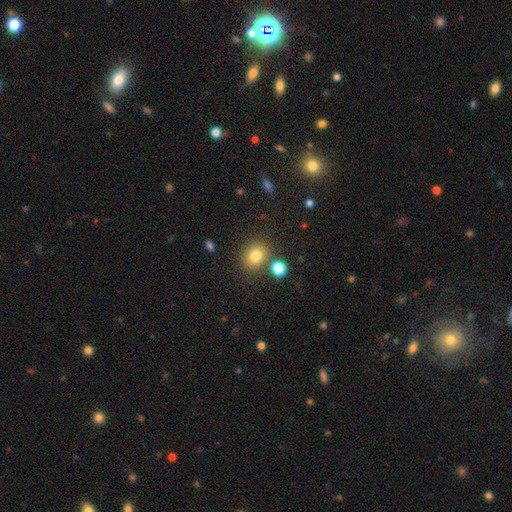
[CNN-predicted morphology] A smooth galaxy with no disk features (80%) that is round (64%).

Vote fractions:
- Smooth or featured? smooth: 80% / star or artifact: 12% / featured or disk: 8%
- How rounded? round: 64% / in between: 35% / cigar-shaped: 1%
- Merging? none: 76% / merger: 11% / minor disturbance: 10% / major disturbance: 3%